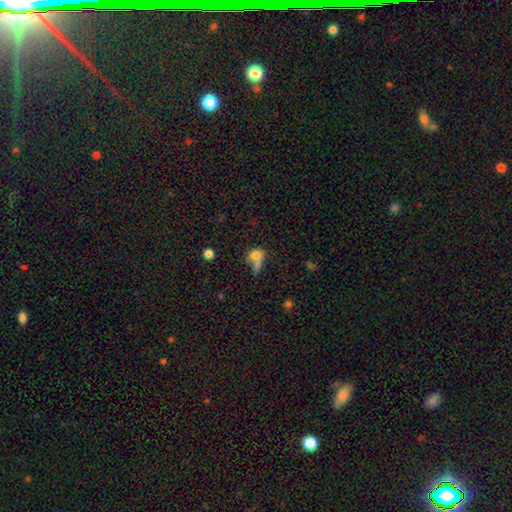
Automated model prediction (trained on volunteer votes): smooth_or_featured: smooth (p=0.75) [alt: featured or disk p=0.14]
how_rounded: in between (p=0.61) [alt: round p=0.36]
merging: merger (p=0.46) [alt: none p=0.27]